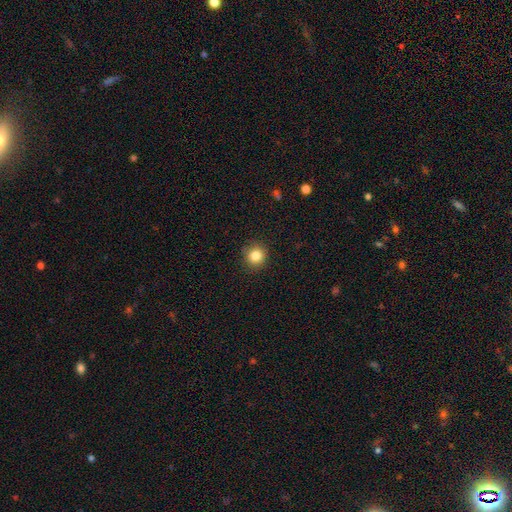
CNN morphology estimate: smooth_or_featured: smooth (p=0.84) [alt: star or artifact p=0.11]
how_rounded: round (p=0.91) [alt: in between p=0.08]
merging: none (p=0.89) [alt: minor disturbance p=0.08]